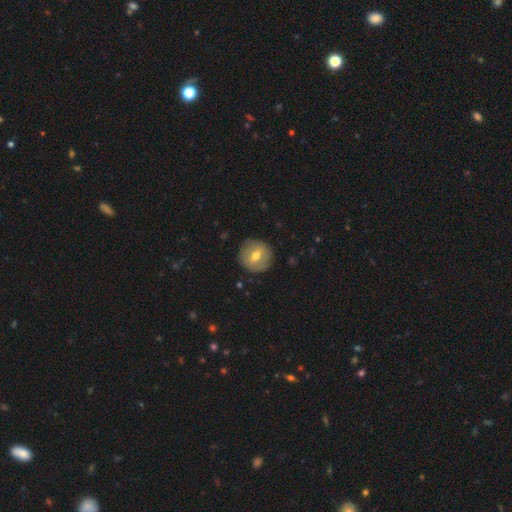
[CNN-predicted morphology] This is possibly a smooth galaxy (56%). How rounded: clearly round (91%). Merging: clearly none (87%).